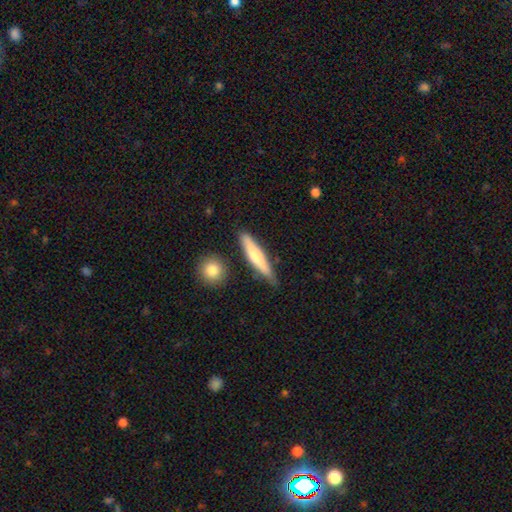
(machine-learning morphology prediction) A smooth galaxy with no disk features (66%) that is cigar-shaped (86%). Merging: none (74%).